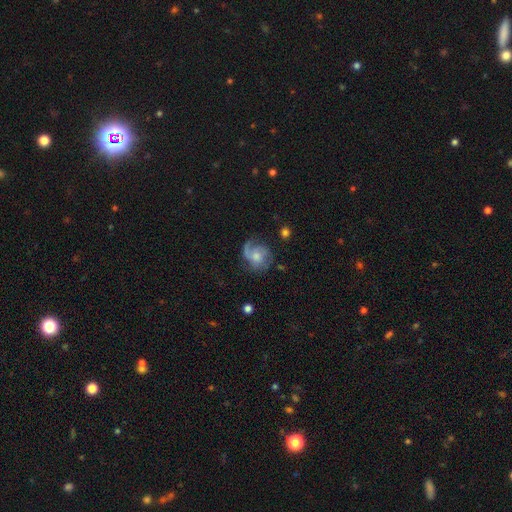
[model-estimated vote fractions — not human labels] Overall: featured or disk (69%). Edge-on disk: no (98%). Bar: no (71%). Spiral arms: yes (91%). Spiral arm count: 2 (36%; 1 26%). Spiral winding: medium (44%; loose 30%). Bulge size: moderate (52%; small 31%). Merging: none (57%; minor disturbance 22%).